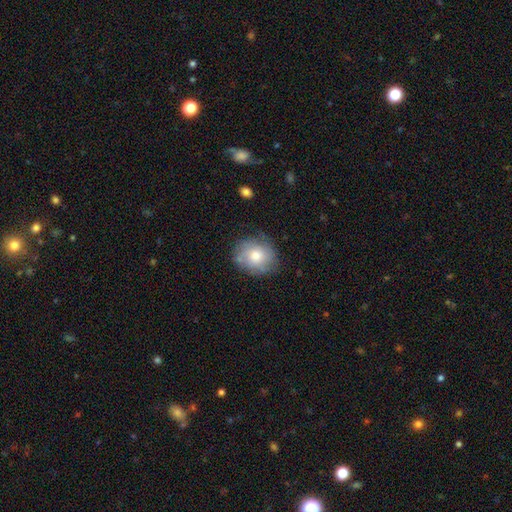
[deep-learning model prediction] Q: Smooth or featured?
A: smooth (65%); runner-up: featured or disk (27%)
Q: How rounded?
A: round (71%); runner-up: in between (28%)
Q: Merging?
A: none (71%); runner-up: minor disturbance (21%)